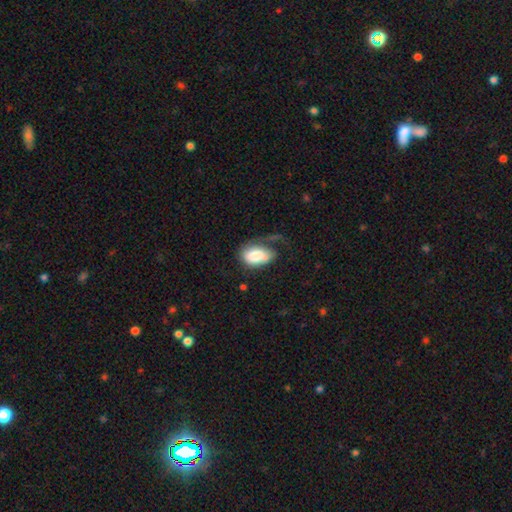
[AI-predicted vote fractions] smooth_or_featured: smooth (p=0.74) [alt: featured or disk p=0.19]
how_rounded: in between (p=0.90) [alt: round p=0.08]
merging: major disturbance (p=0.37) [alt: none p=0.30]